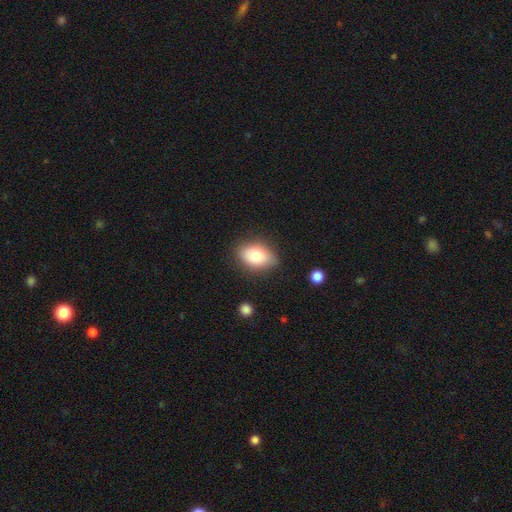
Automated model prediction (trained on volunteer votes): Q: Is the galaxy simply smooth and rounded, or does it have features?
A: smooth — 80%.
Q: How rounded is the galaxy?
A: in between — 85%.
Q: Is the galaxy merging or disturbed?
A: none — 80%.